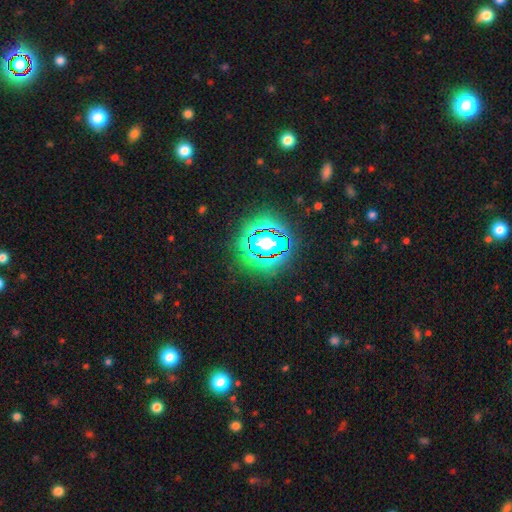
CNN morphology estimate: This appears to be a star or artifact, not a galaxy (81%).